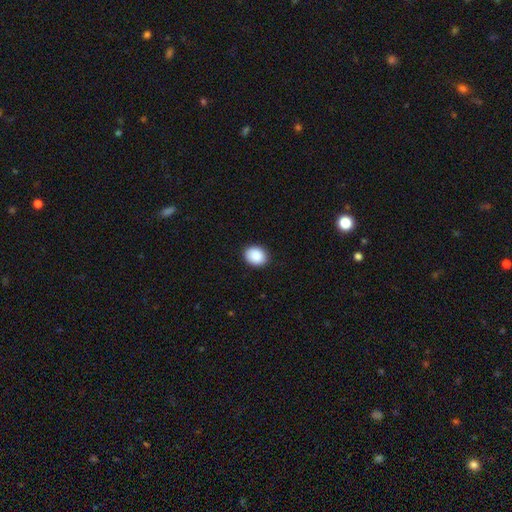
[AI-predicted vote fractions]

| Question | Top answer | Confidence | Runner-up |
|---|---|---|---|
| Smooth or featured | smooth | 90% | star or artifact (7%) |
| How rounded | in between | 57% | round (43%) |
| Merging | none | 90% | minor disturbance (8%) |